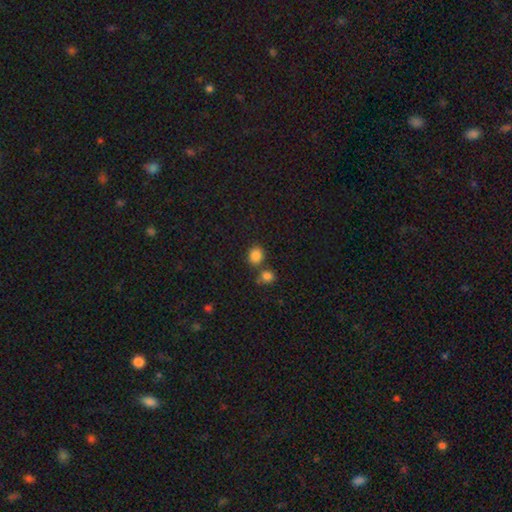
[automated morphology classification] Smooth or featured? smooth (85%)
How rounded? round (64%)
Merging? none (63%)